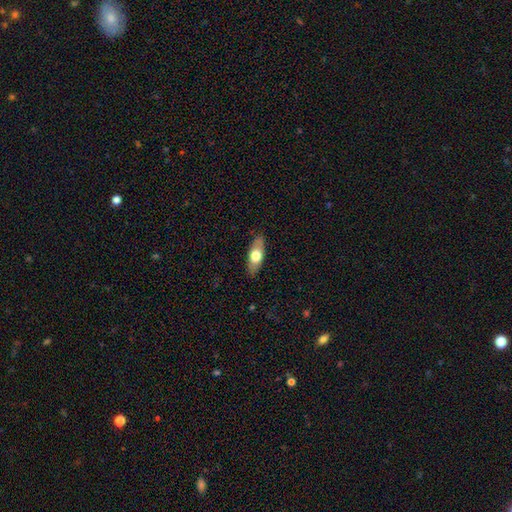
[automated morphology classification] A smooth galaxy with no disk features (63%) that is in between round and cigar-shaped (77%). Merging: none (87%).